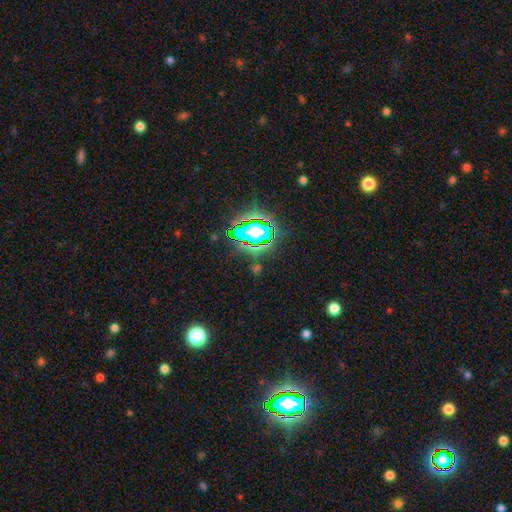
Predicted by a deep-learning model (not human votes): Overall: star or artifact (76%).